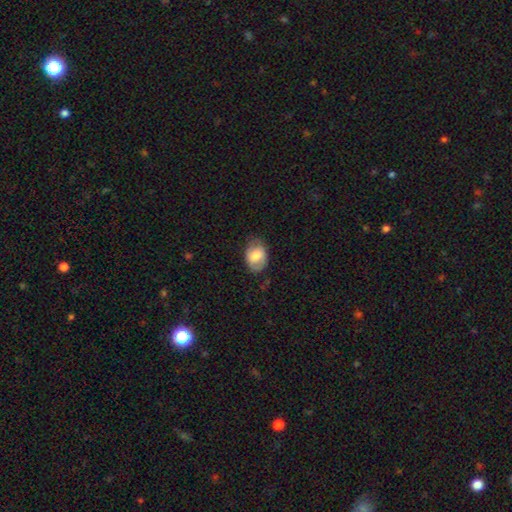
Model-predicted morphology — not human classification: A smooth galaxy with no disk features (68%) that is in between round and cigar-shaped (83%). Merging: none (68%).